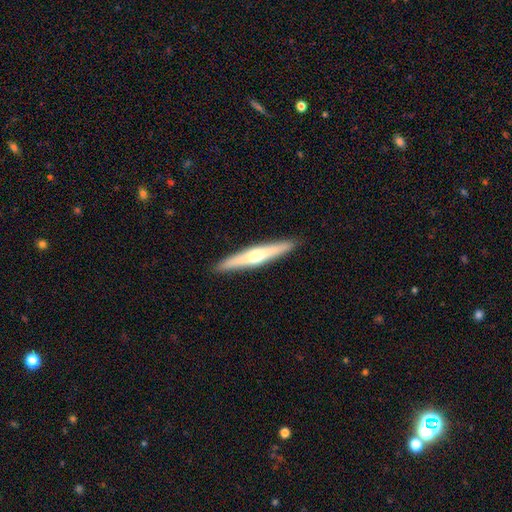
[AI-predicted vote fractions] The model was most divided on "smooth or featured": featured or disk: 56%, smooth: 39%, star or artifact: 5%. More confident: edge-on disk — yes (95%); merging — none (91%); edge-on bulge — rounded (86%).